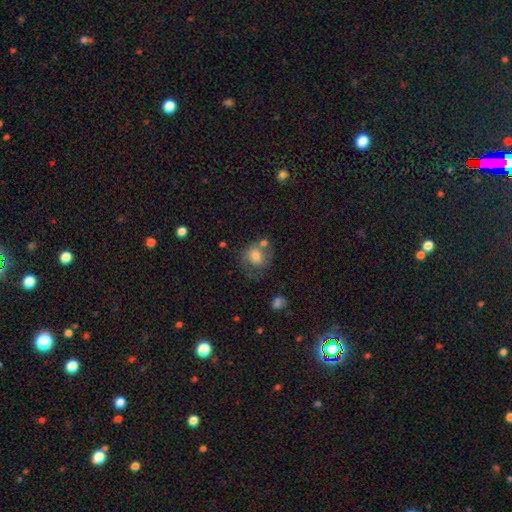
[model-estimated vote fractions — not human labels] This appears to be a smooth galaxy with no disk features (63%) that is round (68%). Merging: none (48%).